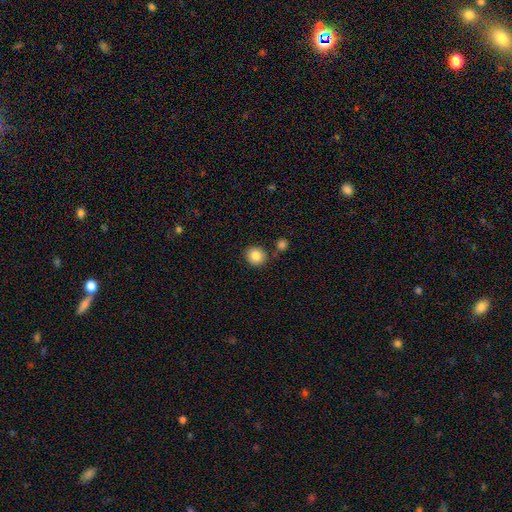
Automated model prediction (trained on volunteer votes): The model was most divided on "merging": none: 81%, minor disturbance: 9%, merger: 7%, major disturbance: 3%. More confident: how rounded — round (88%); smooth or featured — smooth (86%).